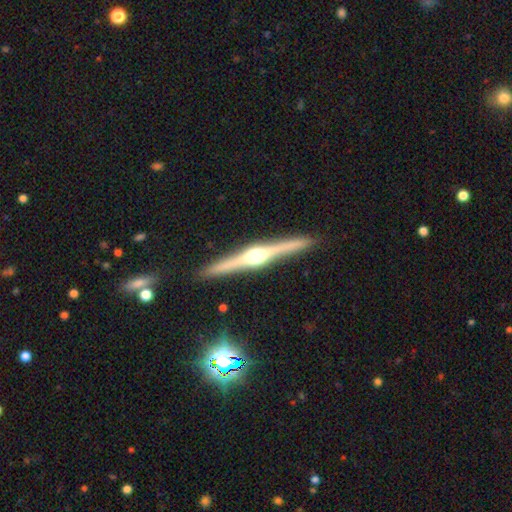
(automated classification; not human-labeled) smooth-or-featured: featured or disk: 83% | smooth: 12% | star or artifact: 5%
  disk-edge-on: yes: 98% | no: 2%
    edge-on-bulge: rounded: 94% | boxy: 4% | none: 2%
  merging: none: 91% | minor disturbance: 6% | major disturbance: 1% | merger: 1%